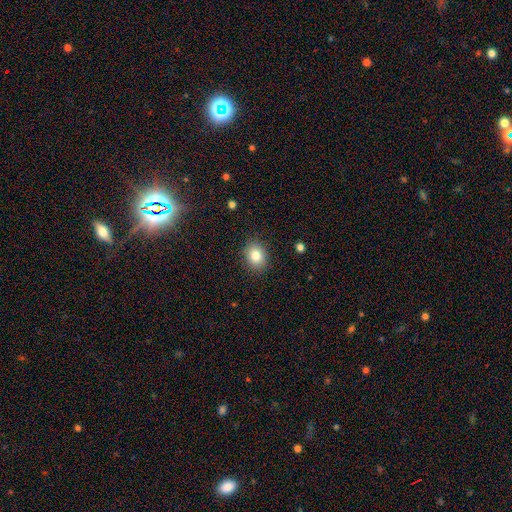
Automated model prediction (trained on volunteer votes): This appears to be a smooth galaxy with no disk features (82%) that is round (53%). Merging: none (88%).